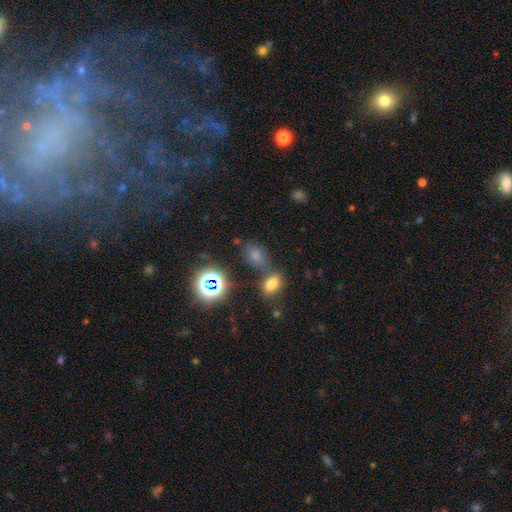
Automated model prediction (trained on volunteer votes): Overall: smooth (61%; star or artifact 29%). How rounded: in between (74%). Merging: none (53%; merger 26%).